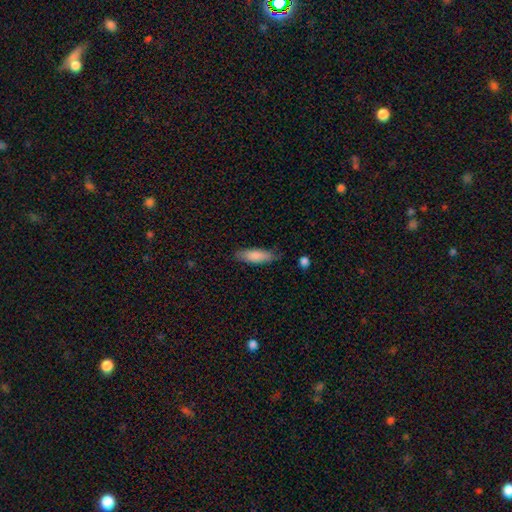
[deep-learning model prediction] smooth_or_featured: smooth (p=0.83) [alt: featured or disk p=0.11]
how_rounded: in between (p=0.53) [alt: cigar-shaped p=0.46]
merging: none (p=0.78) [alt: minor disturbance p=0.17]